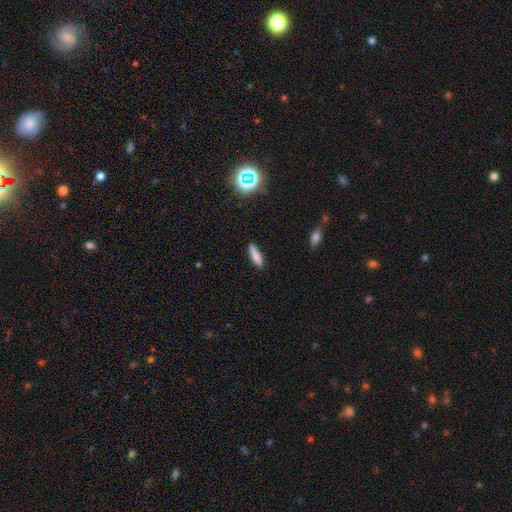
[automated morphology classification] smooth_or_featured: smooth (p=0.83) [alt: star or artifact p=0.09]
how_rounded: cigar-shaped (p=0.66) [alt: in between p=0.32]
merging: none (p=0.87) [alt: minor disturbance p=0.10]